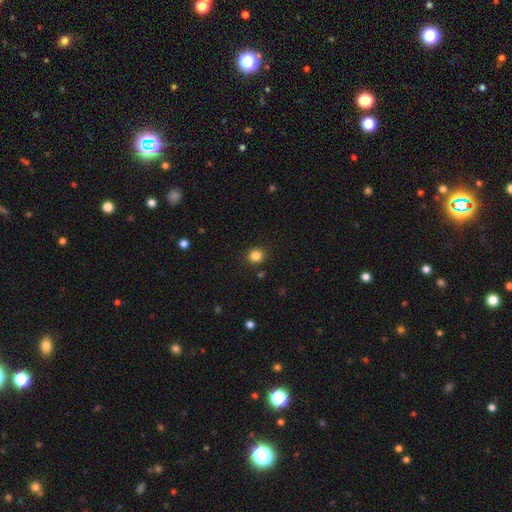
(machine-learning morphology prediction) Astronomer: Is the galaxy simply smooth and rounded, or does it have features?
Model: smooth — 84%.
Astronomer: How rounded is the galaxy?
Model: round — 86%.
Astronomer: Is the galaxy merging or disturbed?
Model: none — 89%.